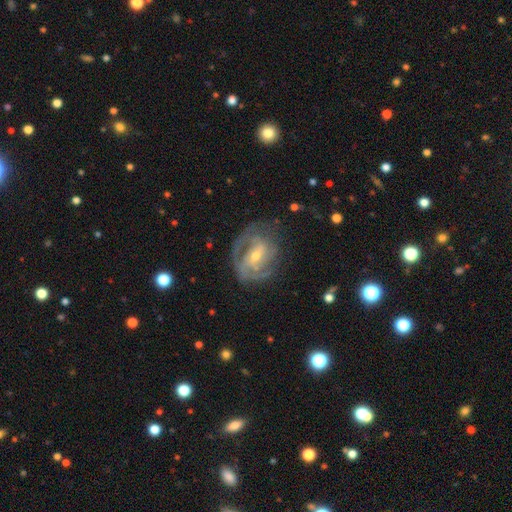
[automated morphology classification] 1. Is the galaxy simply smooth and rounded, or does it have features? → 84% featured or disk, 9% smooth, 6% star or artifact.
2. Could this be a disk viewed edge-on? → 97% no, 3% yes.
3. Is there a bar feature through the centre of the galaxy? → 43% weak, 35% no, 21% strong.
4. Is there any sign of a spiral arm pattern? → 92% yes, 8% no.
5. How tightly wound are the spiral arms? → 52% tight, 37% medium, 11% loose.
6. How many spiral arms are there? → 38% 2, 27% can't tell, 19% 3, 6% 1, 5% 4, 4% more than 4.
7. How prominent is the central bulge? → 60% small, 37% moderate, 2% large, 1% none, 1% dominant.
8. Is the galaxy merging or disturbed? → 64% none, 20% minor disturbance, 14% major disturbance, 2% merger.